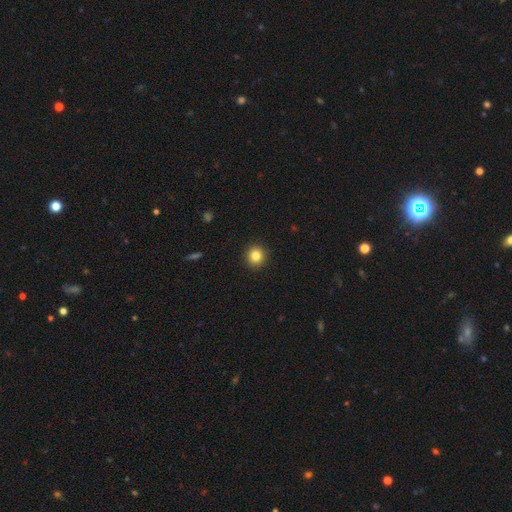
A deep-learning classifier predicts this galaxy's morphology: This is clearly a smooth galaxy (83%). How rounded: clearly round (93%). Merging: clearly none (93%).